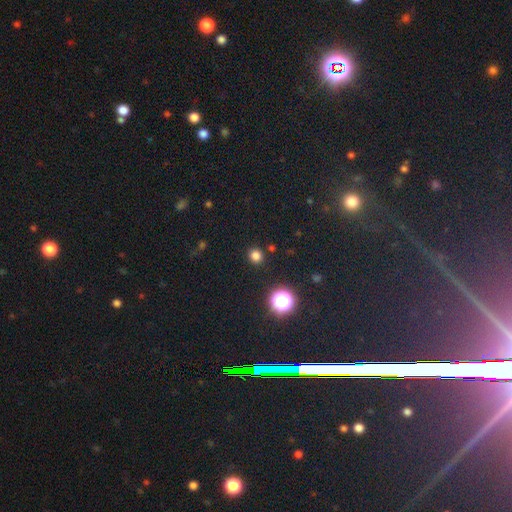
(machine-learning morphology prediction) Smooth or featured?
  - smooth: 78% *
  - star or artifact: 18%
  - featured or disk: 4%
How rounded?
  - round: 86% *
  - in between: 13%
  - cigar-shaped: 1%
Merging?
  - none: 90% *
  - minor disturbance: 6%
  - major disturbance: 2%
  - merger: 2%